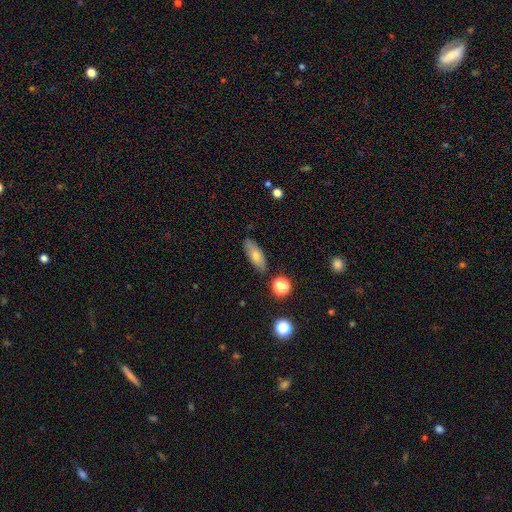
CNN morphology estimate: smooth 71%, featured or disk 20%, star or artifact 9%. Down the decision tree: how rounded — in between (70%); merging — none (83%).